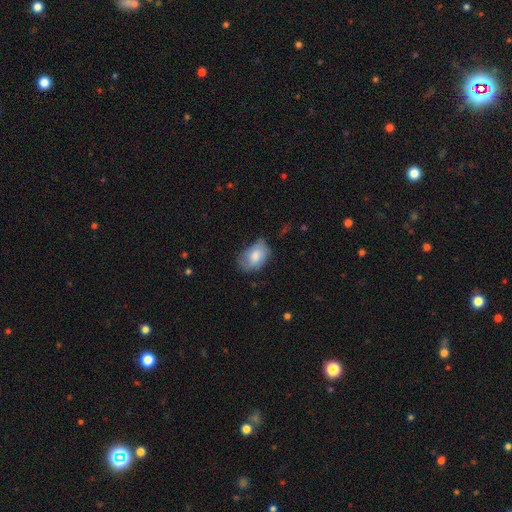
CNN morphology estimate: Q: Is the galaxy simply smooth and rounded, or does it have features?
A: smooth — 71%.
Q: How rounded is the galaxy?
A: in between — 86%.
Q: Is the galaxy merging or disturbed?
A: none — 53%.